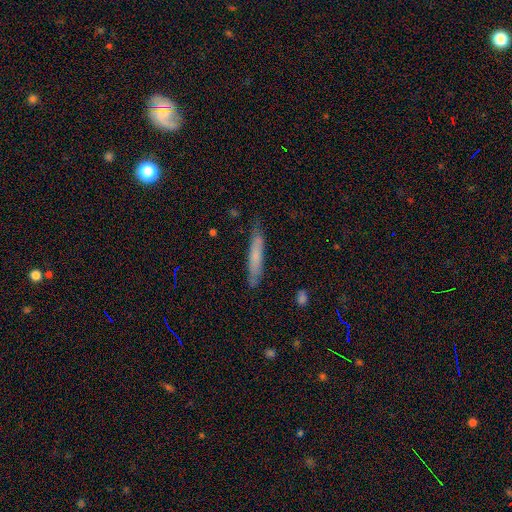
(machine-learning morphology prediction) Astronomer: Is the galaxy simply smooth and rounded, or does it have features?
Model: smooth — 66%.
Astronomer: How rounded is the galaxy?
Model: cigar-shaped — 92%.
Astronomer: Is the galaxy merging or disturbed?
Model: none — 78%.